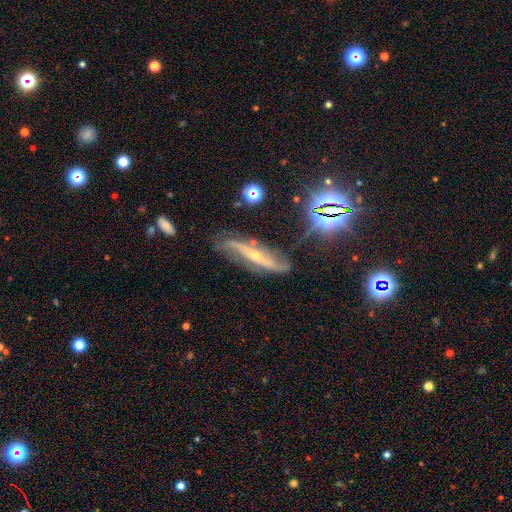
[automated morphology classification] type=featured or disk (76%); edge-on=no (60%); merging=none (63%).